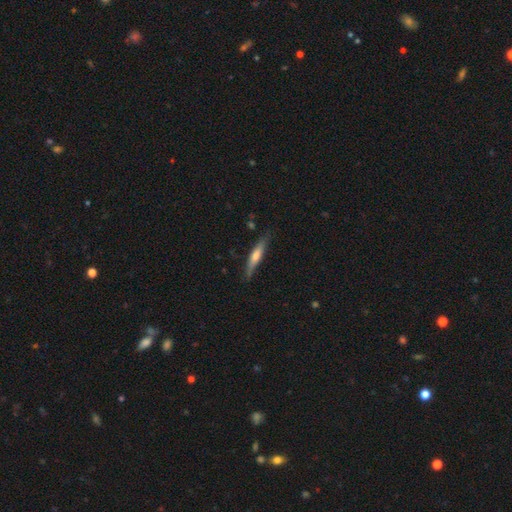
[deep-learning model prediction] This appears to be a smooth galaxy with no disk features (47%, tied with featured or disk). Merging: none (81%).